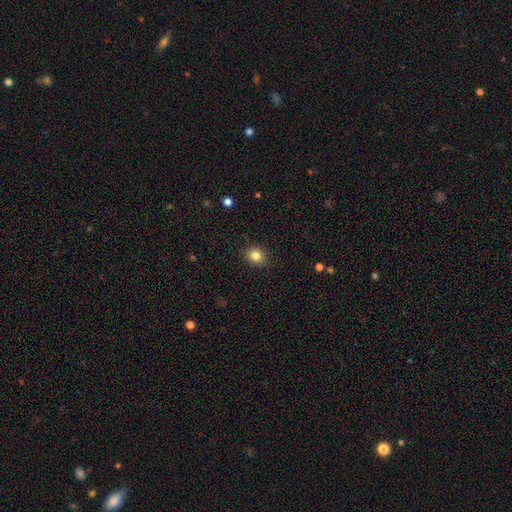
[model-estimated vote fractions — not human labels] Smooth or featured? smooth (83%)
How rounded? round (76%)
Merging? none (90%)